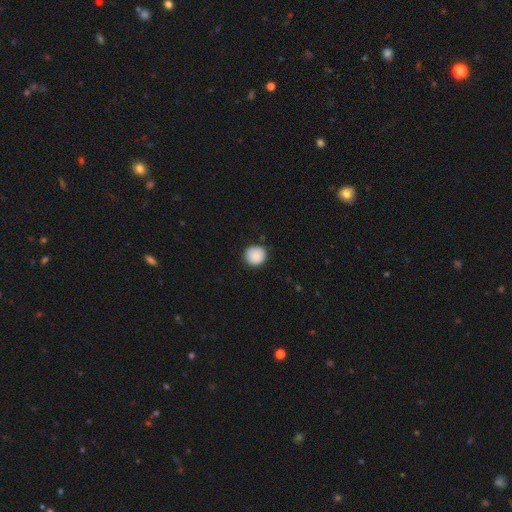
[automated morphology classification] The model was most divided on "merging": none: 87%, minor disturbance: 10%, major disturbance: 2%, merger: 1%. More confident: how rounded — round (92%); smooth or featured — smooth (87%).